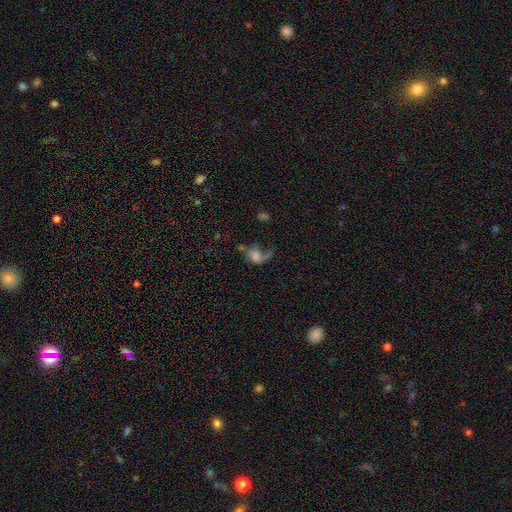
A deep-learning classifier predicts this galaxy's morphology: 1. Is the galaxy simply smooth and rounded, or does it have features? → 58% featured or disk, 30% smooth, 12% star or artifact.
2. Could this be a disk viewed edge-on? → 97% no, 3% yes.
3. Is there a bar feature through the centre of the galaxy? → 65% no, 29% weak, 6% strong.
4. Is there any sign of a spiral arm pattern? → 80% yes, 20% no.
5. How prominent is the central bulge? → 34% moderate, 22% large, 21% small, 19% none, 5% dominant.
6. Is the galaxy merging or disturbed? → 43% major disturbance, 30% none, 17% minor disturbance, 10% merger.